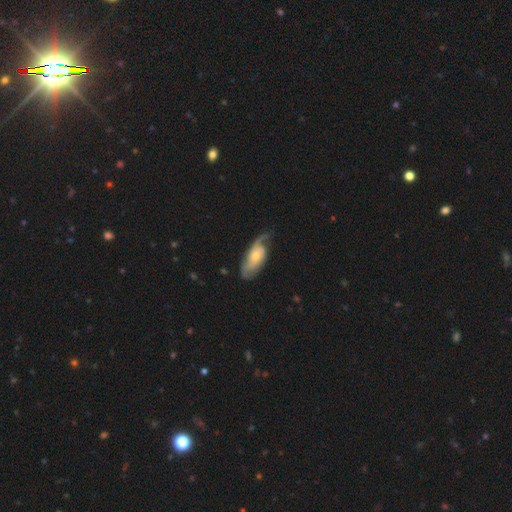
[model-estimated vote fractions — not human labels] Smooth or featured?
  - featured or disk: 72% *
  - smooth: 23%
  - star or artifact: 5%
Edge-on disk?
  - no: 91% *
  - yes: 9%
Bar?
  - no: 71% *
  - weak: 24%
  - strong: 5%
Spiral arms?
  - yes: 91% *
  - no: 9%
Spiral winding?
  - medium: 41% *
  - loose: 36%
  - tight: 23%
Spiral arm count?
  - 2: 63% *
  - 1: 16%
  - can't tell: 13%
  - 3: 5%
  - 4: 2%
  - more than 4: 1%
Bulge size?
  - small: 54% *
  - moderate: 39%
  - large: 3%
  - none: 2%
  - dominant: 1%
Merging?
  - none: 57% *
  - minor disturbance: 26%
  - major disturbance: 16%
  - merger: 2%